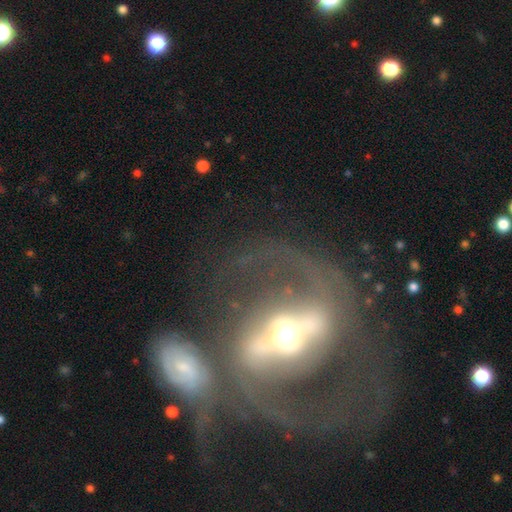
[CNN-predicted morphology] A featured or disk galaxy (84%) with a strong bar (60%), 2 (83%) medium (47%) spiral arms (81%) and a moderate central bulge (58%). Merging: none (38%).